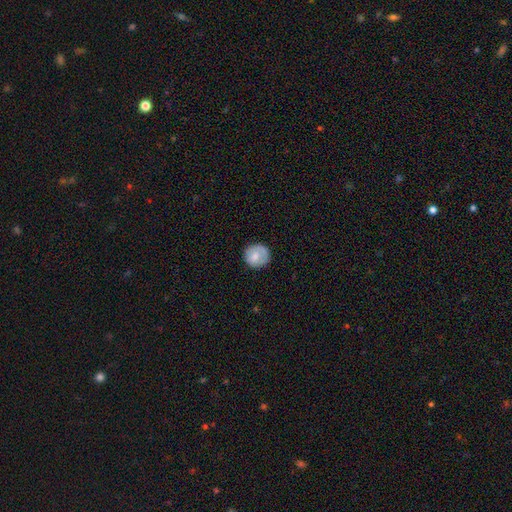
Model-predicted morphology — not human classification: Smooth or featured? Predicted: smooth (p=0.74). How rounded? Predicted: round (p=0.89). Merging? Predicted: none (p=0.80).